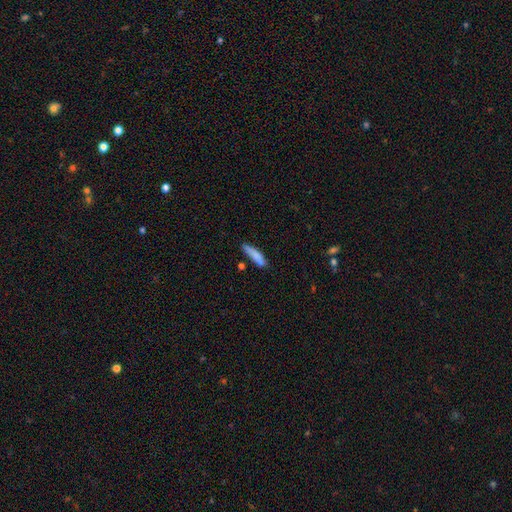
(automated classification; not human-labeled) Overall: smooth (80%). How rounded: cigar-shaped (80%). Merging: none (66%).